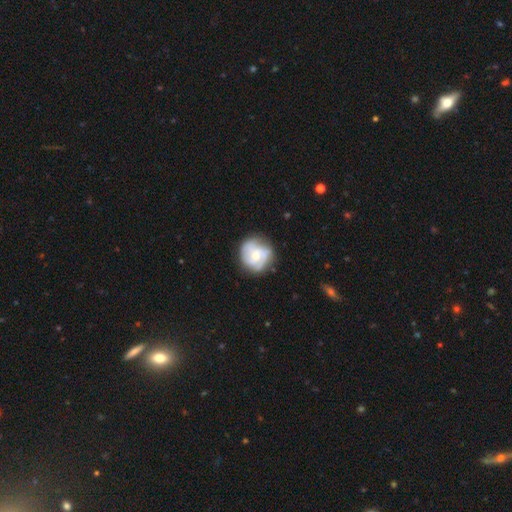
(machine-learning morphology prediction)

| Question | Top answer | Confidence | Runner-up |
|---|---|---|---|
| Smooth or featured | featured or disk | 60% | smooth (34%) |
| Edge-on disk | no | 98% | yes (2%) |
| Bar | no | 76% | weak (20%) |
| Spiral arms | yes | 77% | no (23%) |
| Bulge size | moderate | 50% | small (45%) |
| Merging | none | 69% | minor disturbance (21%) |